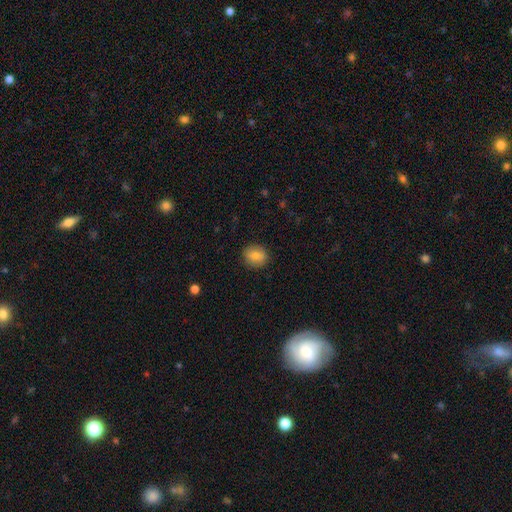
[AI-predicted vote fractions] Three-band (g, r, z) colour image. It shows a smooth galaxy with no disk features (83%) that is round (62%). Merging: none (88%).